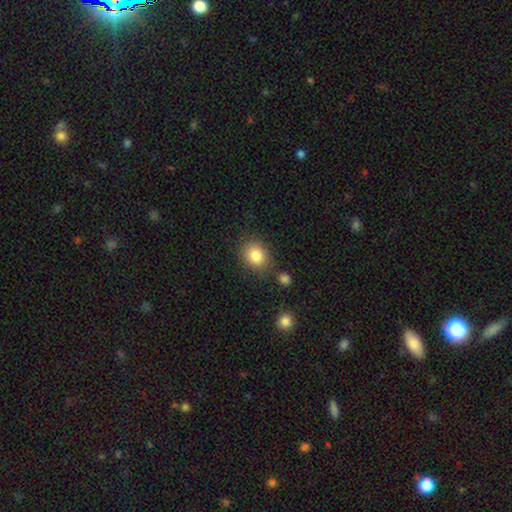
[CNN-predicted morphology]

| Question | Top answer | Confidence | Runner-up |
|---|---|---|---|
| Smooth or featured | smooth | 84% | star or artifact (9%) |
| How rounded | in between | 51% | round (48%) |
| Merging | none | 77% | minor disturbance (13%) |